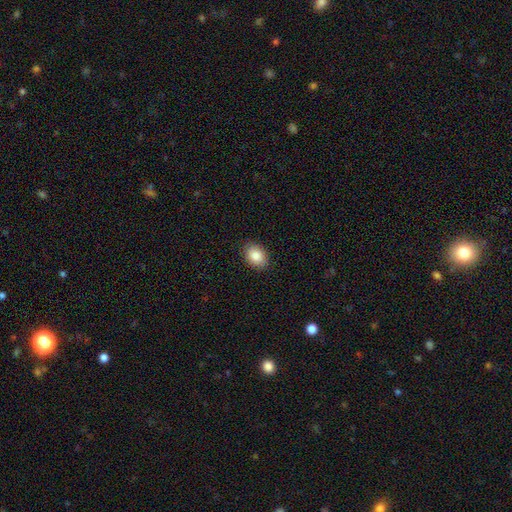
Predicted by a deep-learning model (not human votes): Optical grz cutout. It shows a smooth galaxy with no disk features (86%) that is in between round and cigar-shaped (72%). Merging: none (88%).